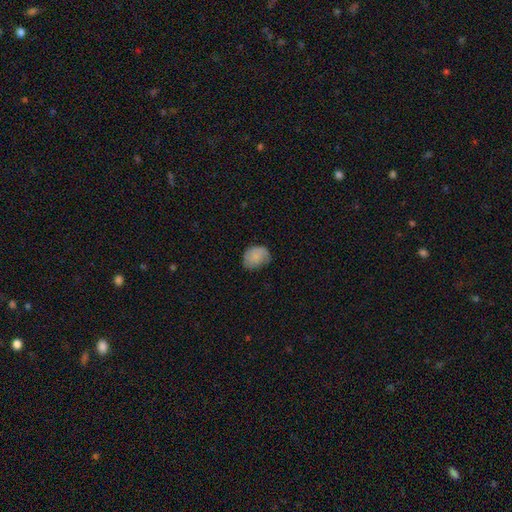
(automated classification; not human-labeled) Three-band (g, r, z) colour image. It shows a smooth galaxy with no disk features (72%) that is in between round and cigar-shaped (58%). Merging: none (56%).